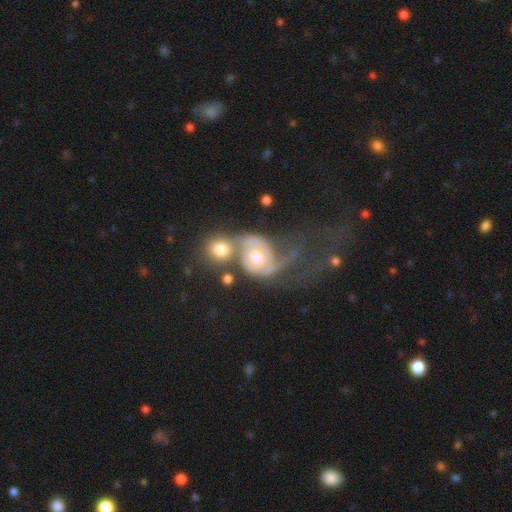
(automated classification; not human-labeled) featured or disk 74%, smooth 19%, star or artifact 8%. Down the decision tree: edge-on disk — no (97%); bar — no (70%); spiral arms — yes (85%); spiral arm count — 2 (58%); spiral winding — medium (37%); bulge size — moderate (67%); merging — merger (56%).